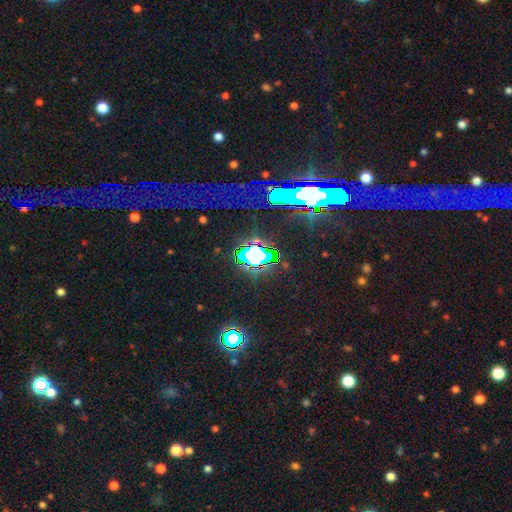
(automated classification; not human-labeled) smooth_or_featured: star or artifact (p=0.70) [alt: smooth p=0.20]